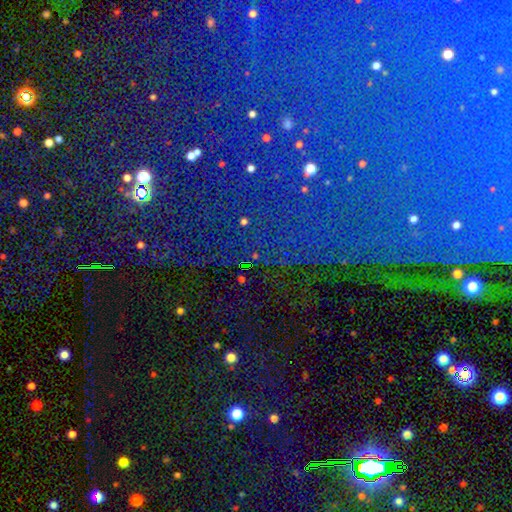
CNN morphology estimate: A star or artifact, not a galaxy (80%).

Vote fractions:
- Smooth or featured? star or artifact: 80% / smooth: 11% / featured or disk: 9%